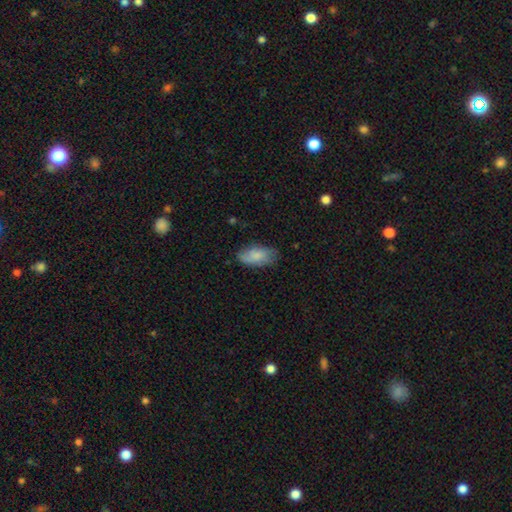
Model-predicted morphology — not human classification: A smooth galaxy with no disk features (81%) that is in between round and cigar-shaped (92%). Merging: none (72%).